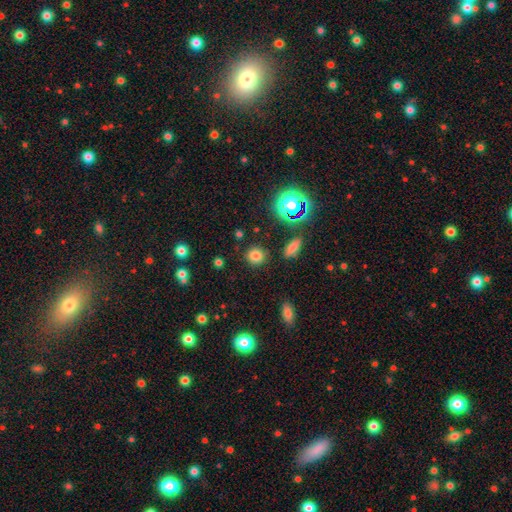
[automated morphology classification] A smooth galaxy with no disk features (77%) that is round (84%).

Vote fractions:
- Smooth or featured? smooth: 77% / star or artifact: 17% / featured or disk: 6%
- How rounded? round: 84% / in between: 14% / cigar-shaped: 1%
- Merging? none: 87% / minor disturbance: 7% / merger: 3% / major disturbance: 3%